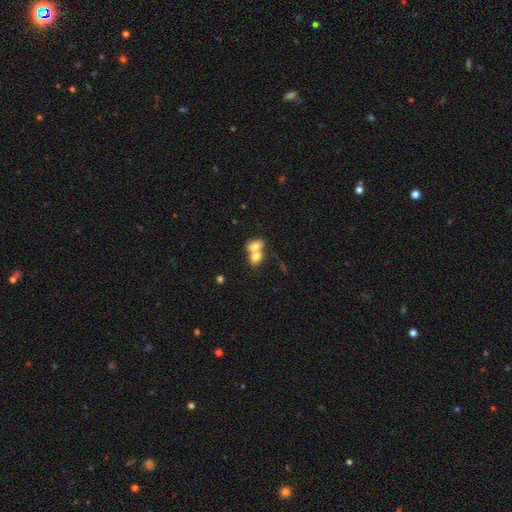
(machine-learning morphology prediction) Overall: smooth (75%). How rounded: in between (69%). Merging: merger (73%).